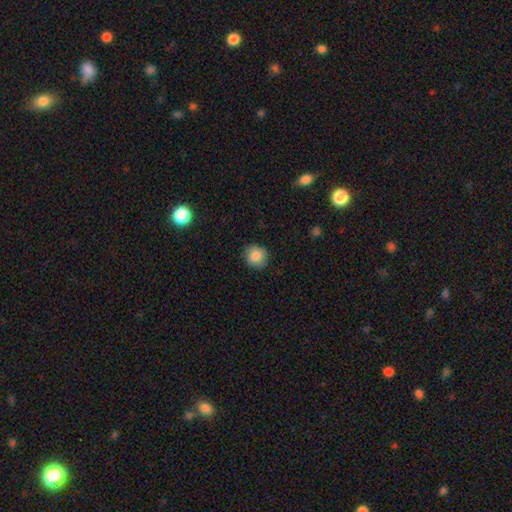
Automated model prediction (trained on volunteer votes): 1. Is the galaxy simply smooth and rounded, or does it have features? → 85% smooth, 9% star or artifact, 7% featured or disk.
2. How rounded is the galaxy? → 87% round, 12% in between, 1% cigar-shaped.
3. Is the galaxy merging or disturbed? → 86% none, 11% minor disturbance, 2% major disturbance, 1% merger.